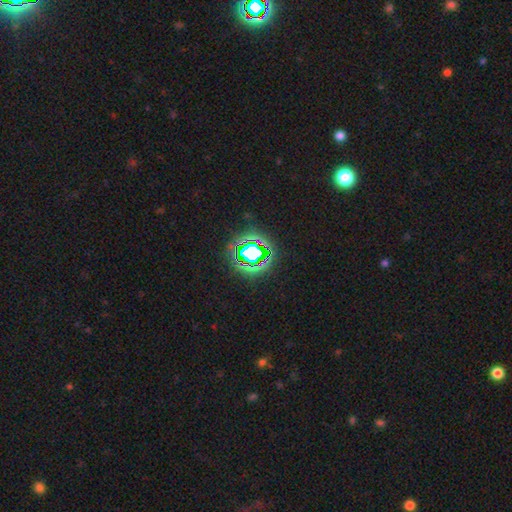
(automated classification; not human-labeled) smooth_or_featured: star or artifact (p=0.66) [alt: smooth p=0.20]